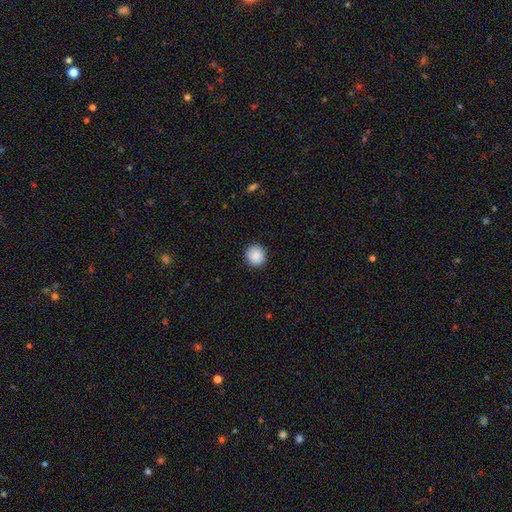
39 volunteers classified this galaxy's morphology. Smooth or featured? smooth (92%)
How rounded? round (94%)
Merging? none (95%)